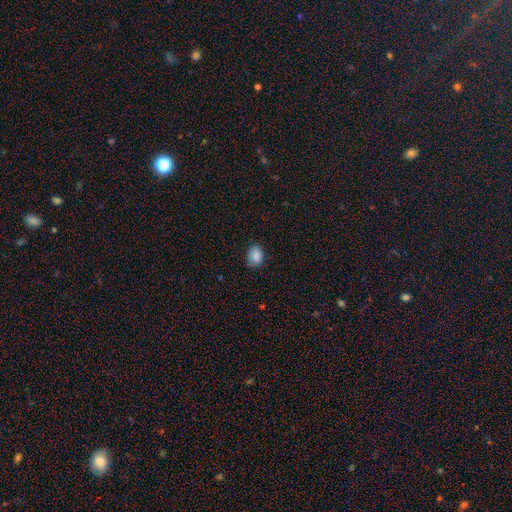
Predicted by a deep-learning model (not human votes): smooth-or-featured: smooth: 87% | star or artifact: 8% | featured or disk: 5%
  how-rounded: in between: 61% | round: 38% | cigar-shaped: 1%
  merging: none: 77% | minor disturbance: 19% | major disturbance: 3% | merger: 1%